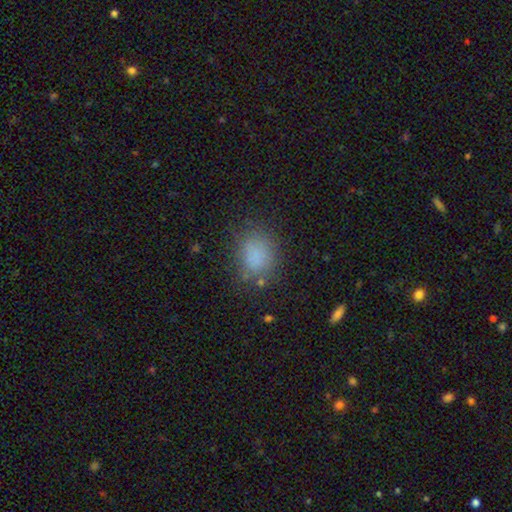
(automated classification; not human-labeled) This is clearly a smooth galaxy (81%). How rounded: possibly in between (54%). Merging: likely none (71%).